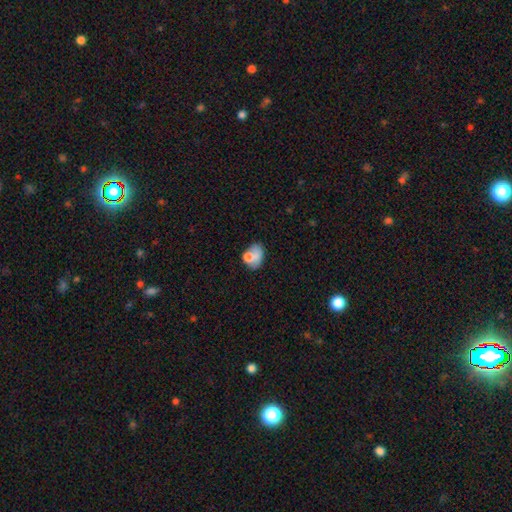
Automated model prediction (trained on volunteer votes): A smooth galaxy with no disk features (66%) that is in between round and cigar-shaped (67%).

Vote fractions:
- Smooth or featured? smooth: 66% / featured or disk: 24% / star or artifact: 10%
- How rounded? in between: 67% / round: 32% / cigar-shaped: 1%
- Merging? merger: 31% (tied) / none: 31% (tied) / minor disturbance: 21% / major disturbance: 16%